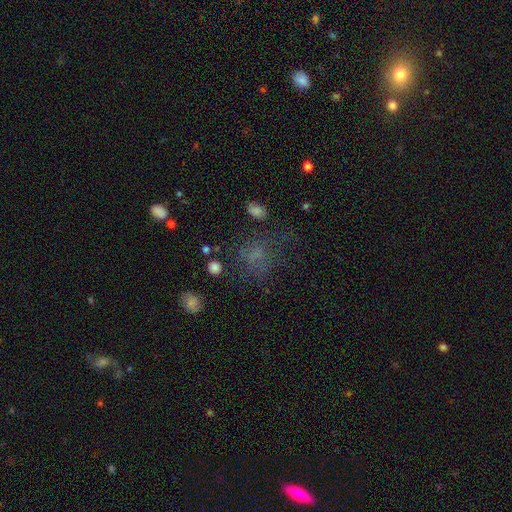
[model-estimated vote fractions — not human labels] Q: Smooth or featured?
A: smooth (49%); runner-up: star or artifact (28%)
Q: Merging?
A: none (47%); runner-up: major disturbance (28%)